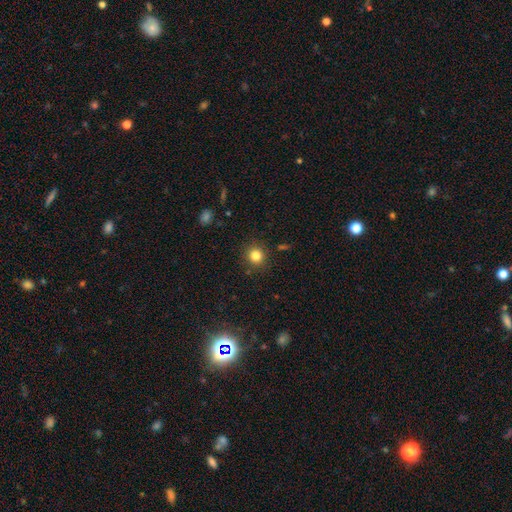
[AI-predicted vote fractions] smooth 83%, star or artifact 12%, featured or disk 5%. Down the decision tree: how rounded — round (90%); merging — none (89%).